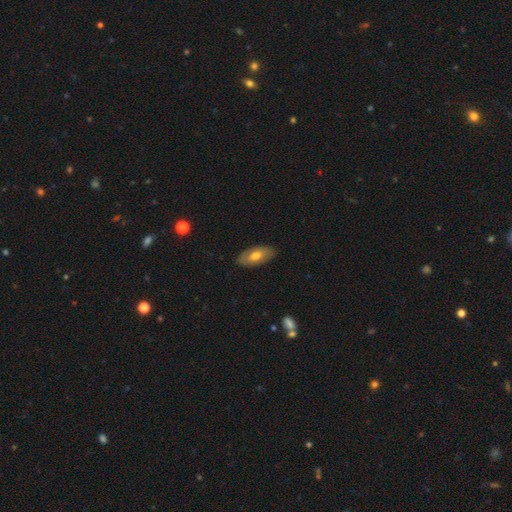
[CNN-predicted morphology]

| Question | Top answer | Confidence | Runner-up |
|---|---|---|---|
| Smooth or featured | smooth | 63% | featured or disk (31%) |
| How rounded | in between | 88% | cigar-shaped (8%) |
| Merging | none | 85% | minor disturbance (12%) |